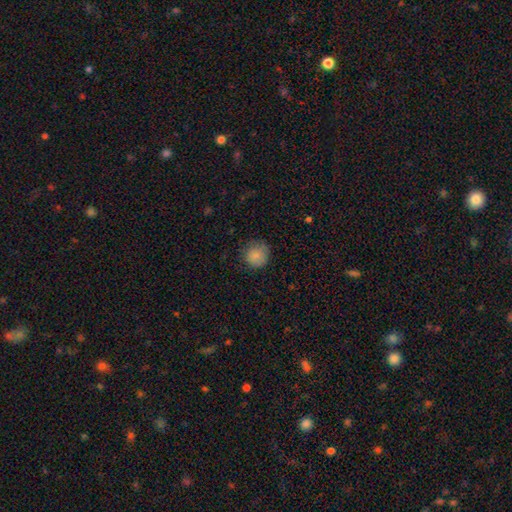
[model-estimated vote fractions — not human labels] Smooth or featured? smooth (84%)
How rounded? round (88%)
Merging? none (75%)